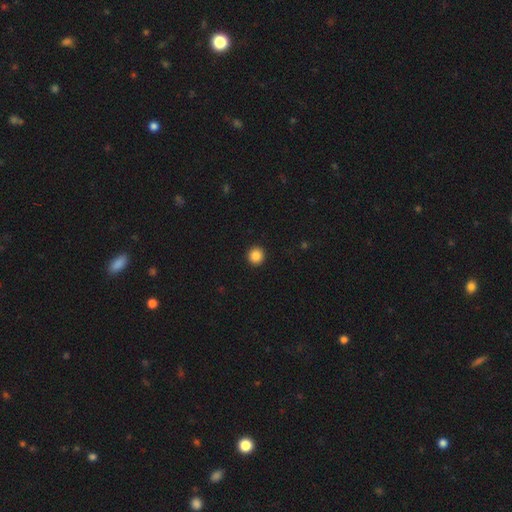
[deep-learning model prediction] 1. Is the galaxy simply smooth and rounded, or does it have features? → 87% smooth, 10% star or artifact, 3% featured or disk.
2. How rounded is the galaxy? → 95% round, 4% in between, 1% cigar-shaped.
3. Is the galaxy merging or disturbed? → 94% none, 4% minor disturbance, 1% major disturbance, 1% merger.